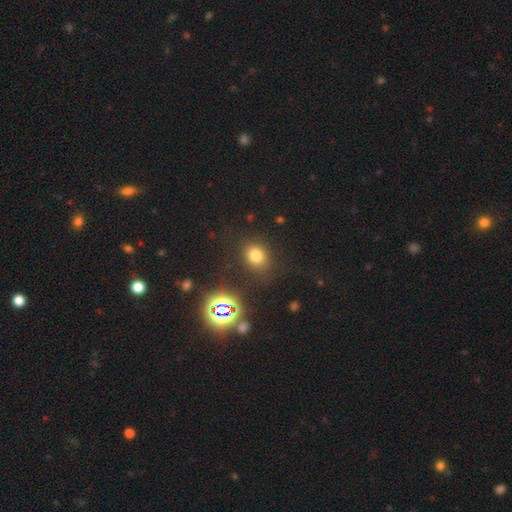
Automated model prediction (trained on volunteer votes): Smooth or featured: smooth — 72% (star or artifact — 20%)
How rounded: round — 62% (in between — 37%)
Merging: none — 81% (minor disturbance — 12%)